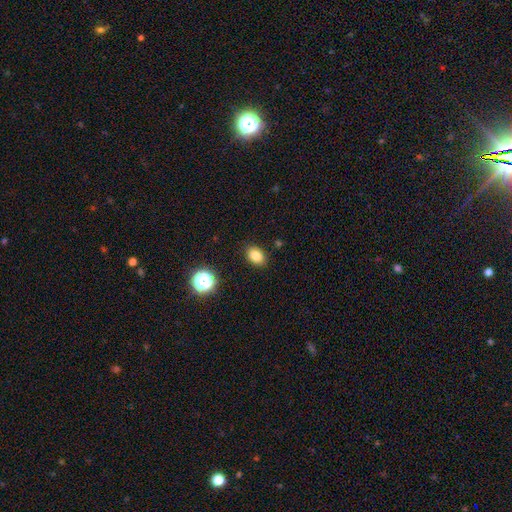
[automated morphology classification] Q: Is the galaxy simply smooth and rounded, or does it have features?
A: smooth — 83%.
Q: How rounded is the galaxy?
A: in between — 76%.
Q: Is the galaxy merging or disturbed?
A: none — 88%.